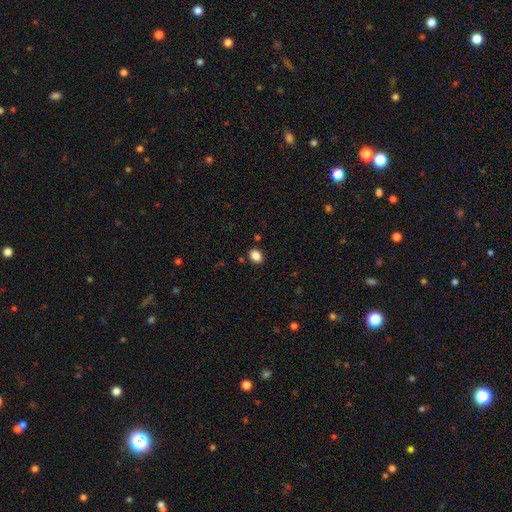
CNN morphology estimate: The model was most divided on "how rounded": in between: 56%, round: 43%, cigar-shaped: 1%. More confident: merging — none (87%); smooth or featured — smooth (87%).